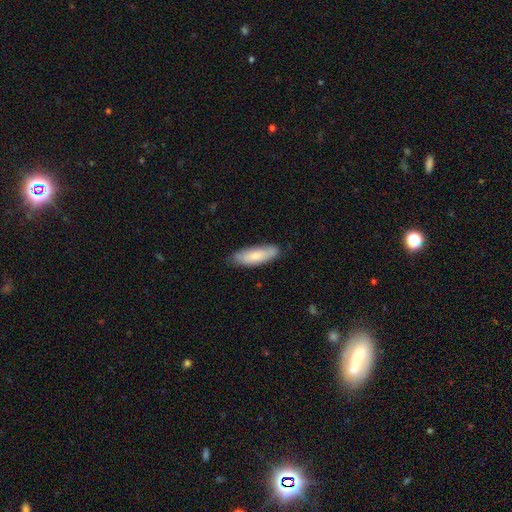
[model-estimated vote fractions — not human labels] The model was most divided on "how rounded": in between: 60%, cigar-shaped: 39%, round: 2%. More confident: merging — none (76%); smooth or featured — smooth (74%).